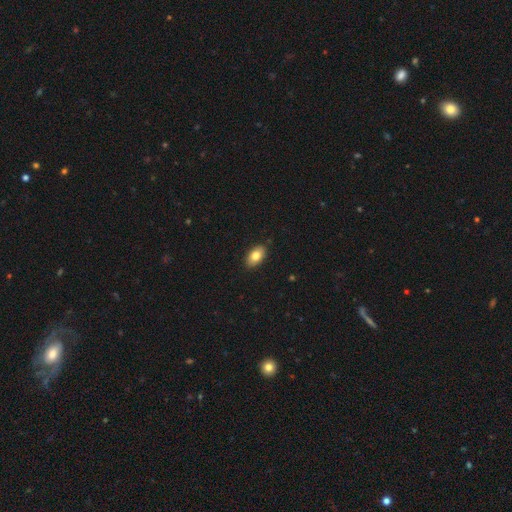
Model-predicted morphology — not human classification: Smooth or featured? Predicted: smooth (p=0.81). How rounded? Predicted: in between (p=0.92). Merging? Predicted: none (p=0.88).